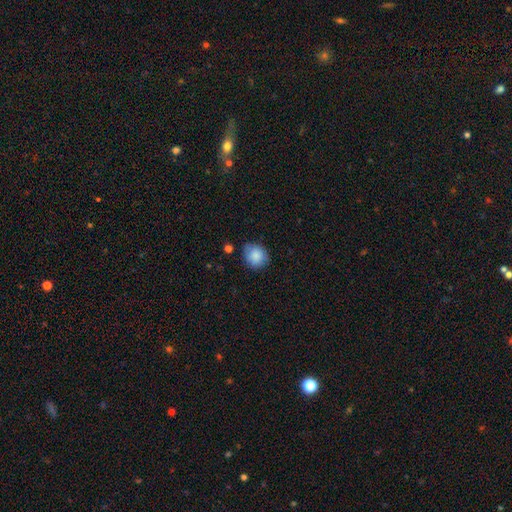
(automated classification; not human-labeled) Q: Smooth or featured?
A: smooth (85%); runner-up: star or artifact (8%)
Q: How rounded?
A: round (78%); runner-up: in between (21%)
Q: Merging?
A: none (74%); runner-up: minor disturbance (20%)